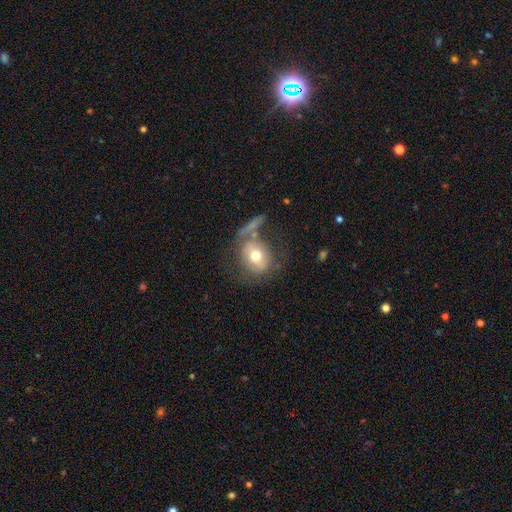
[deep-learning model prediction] smooth-or-featured: smooth: 63% | featured or disk: 29% | star or artifact: 8%
  how-rounded: round: 67% | in between: 31% | cigar-shaped: 2%
  merging: none: 48% | minor disturbance: 18% | merger: 17% | major disturbance: 16%